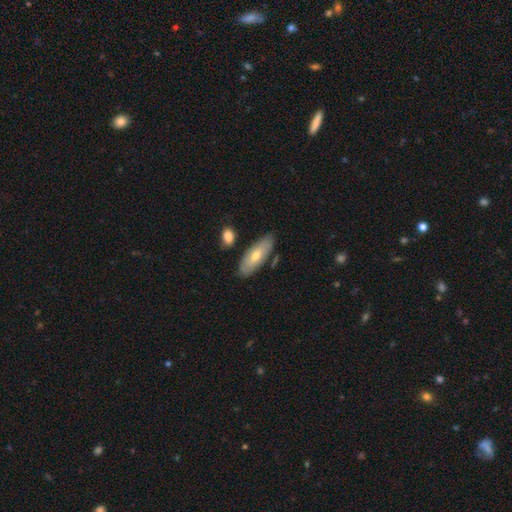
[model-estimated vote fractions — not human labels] A smooth galaxy with no disk features (65%) that is in between round and cigar-shaped (74%).

Vote fractions:
- Smooth or featured? smooth: 65% / featured or disk: 30% / star or artifact: 6%
- How rounded? in between: 74% / cigar-shaped: 24% / round: 2%
- Merging? none: 78% / minor disturbance: 14% / merger: 5% / major disturbance: 3%